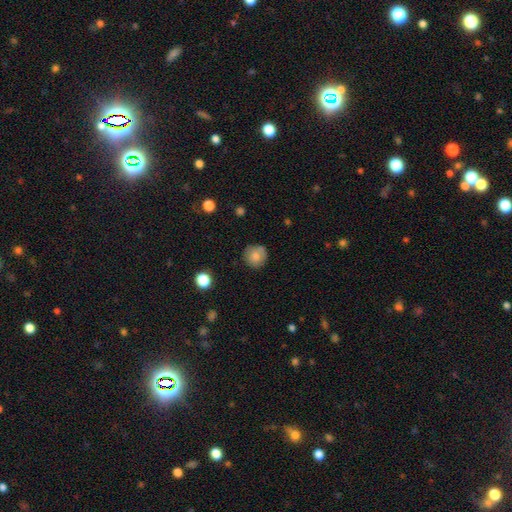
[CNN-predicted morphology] smooth 81%, featured or disk 10%, star or artifact 9%. Down the decision tree: how rounded — round (91%); merging — none (79%).